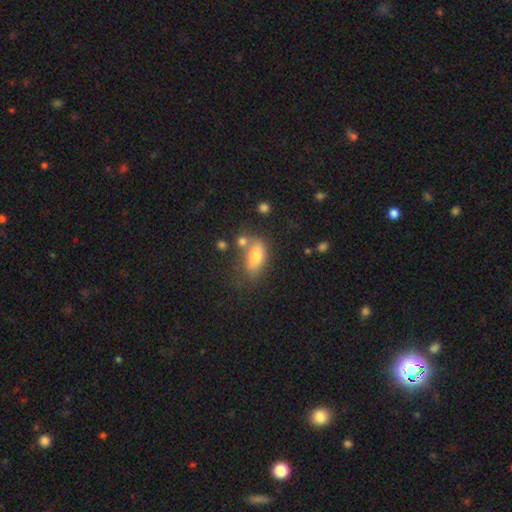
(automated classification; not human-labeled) A smooth galaxy with no disk features (74%) that is in between round and cigar-shaped (86%).

Vote fractions:
- Smooth or featured? smooth: 74% / featured or disk: 18% / star or artifact: 9%
- How rounded? in between: 86% / round: 8% / cigar-shaped: 7%
- Merging? none: 51% / minor disturbance: 20% / merger: 19% / major disturbance: 9%